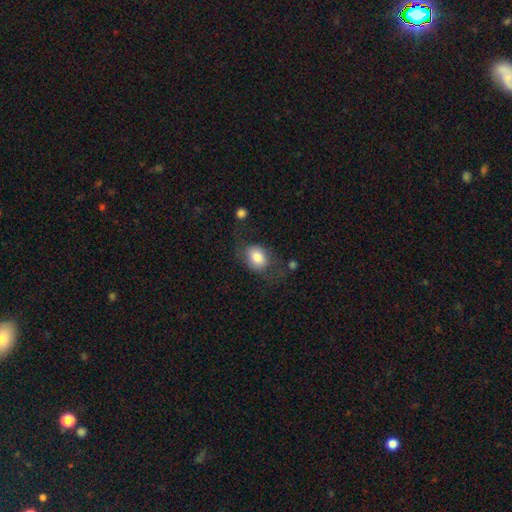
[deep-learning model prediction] A smooth galaxy with no disk features (74%) that is in between round and cigar-shaped (57%). Merging: none (52%).